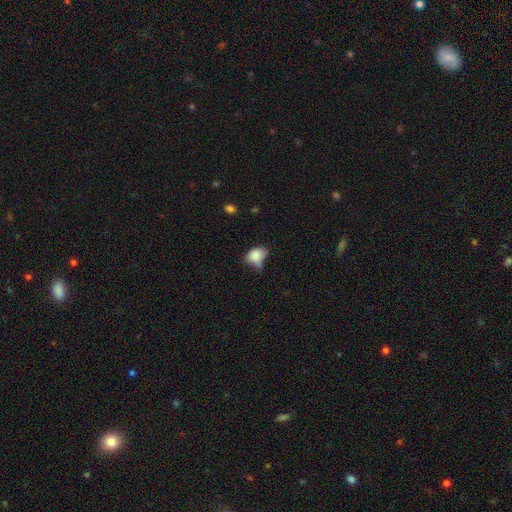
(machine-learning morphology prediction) This is clearly a smooth galaxy (81%). How rounded: likely in between (70%). Merging: marginally minor disturbance (41%).